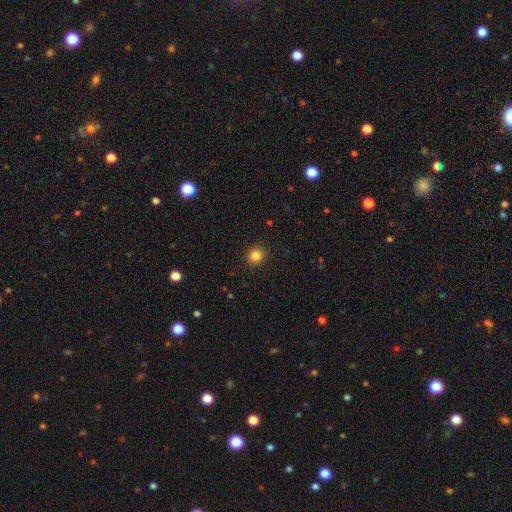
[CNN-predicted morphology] A smooth galaxy with no disk features (84%) that is round (90%). Merging: none (92%).